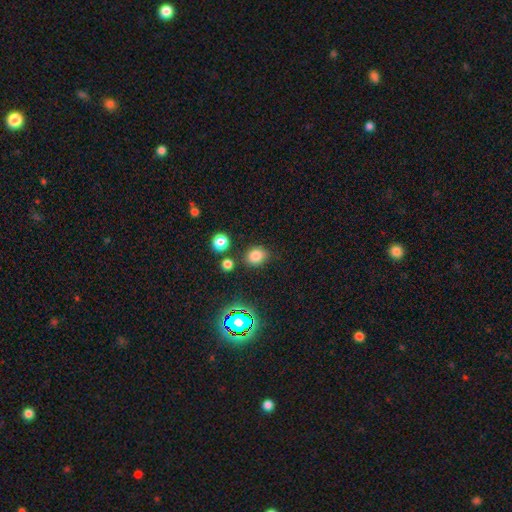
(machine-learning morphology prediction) smooth-or-featured: smooth: 79% | star or artifact: 16% | featured or disk: 6%
  how-rounded: round: 55% | in between: 44% | cigar-shaped: 1%
  merging: none: 79% | minor disturbance: 12% | merger: 6% | major disturbance: 4%